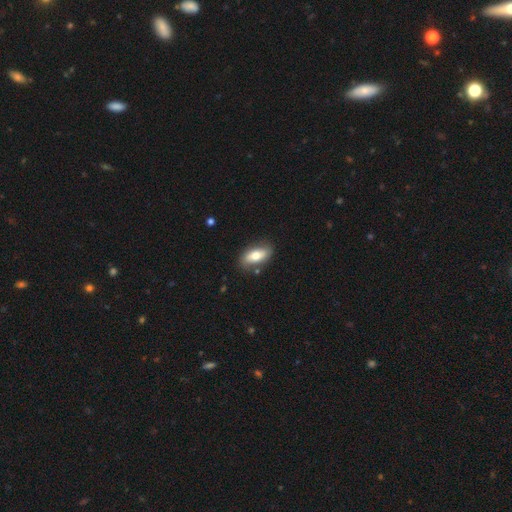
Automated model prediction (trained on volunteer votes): Smooth or featured?
  - smooth: 69% *
  - featured or disk: 25%
  - star or artifact: 7%
How rounded?
  - in between: 87% *
  - cigar-shaped: 9%
  - round: 4%
Merging?
  - none: 81% *
  - minor disturbance: 14%
  - major disturbance: 3%
  - merger: 3%